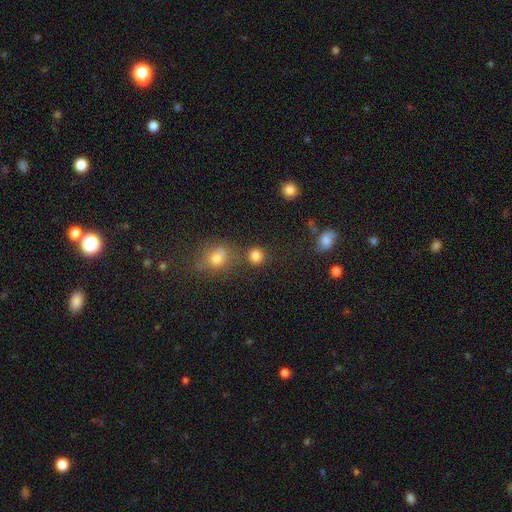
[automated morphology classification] Overall: smooth (81%). How rounded: round (88%). Merging: none (75%).